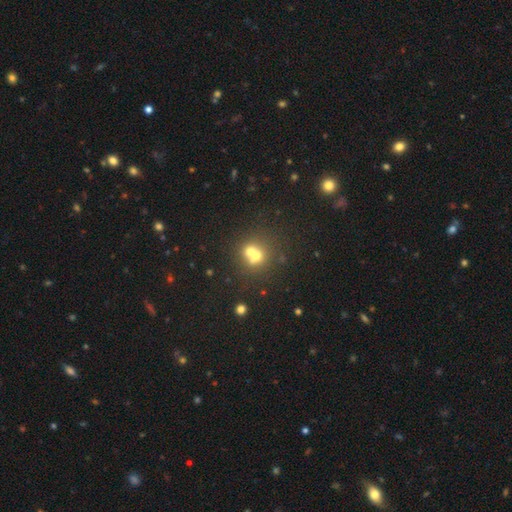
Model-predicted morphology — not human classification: smooth 60%, featured or disk 23%, star or artifact 16%. Down the decision tree: how rounded — round (81%); merging — merger (56%).